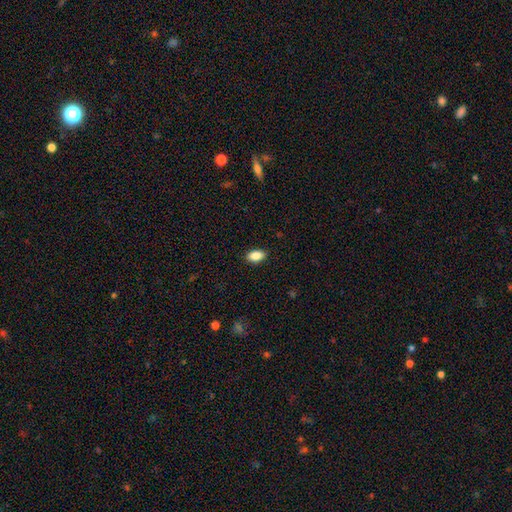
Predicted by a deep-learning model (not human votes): The model was most divided on "merging": none: 89%, minor disturbance: 8%, major disturbance: 2%, merger: 1%. More confident: how rounded — in between (92%); smooth or featured — smooth (88%).